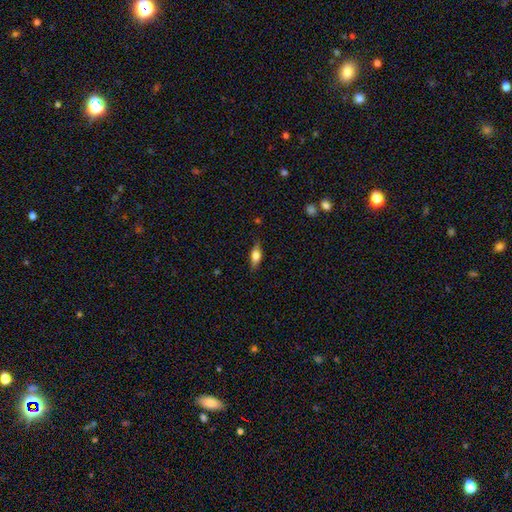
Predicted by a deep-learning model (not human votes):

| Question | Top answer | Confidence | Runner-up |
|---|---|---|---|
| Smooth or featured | smooth | 61% | featured or disk (31%) |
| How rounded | in between | 70% | cigar-shaped (25%) |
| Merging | none | 80% | minor disturbance (15%) |